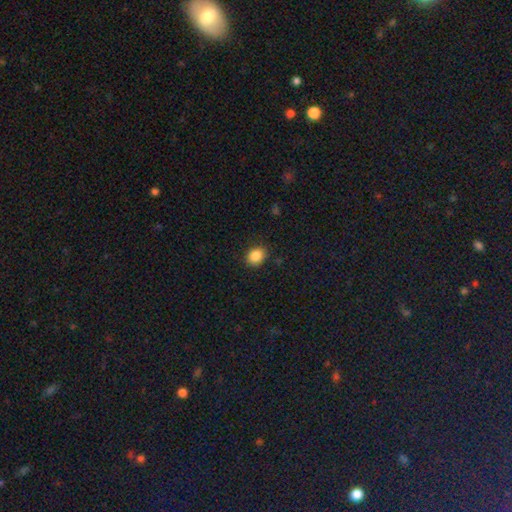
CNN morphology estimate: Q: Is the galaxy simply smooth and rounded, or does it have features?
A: smooth — 87%.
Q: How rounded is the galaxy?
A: round — 51%.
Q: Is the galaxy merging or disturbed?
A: none — 87%.